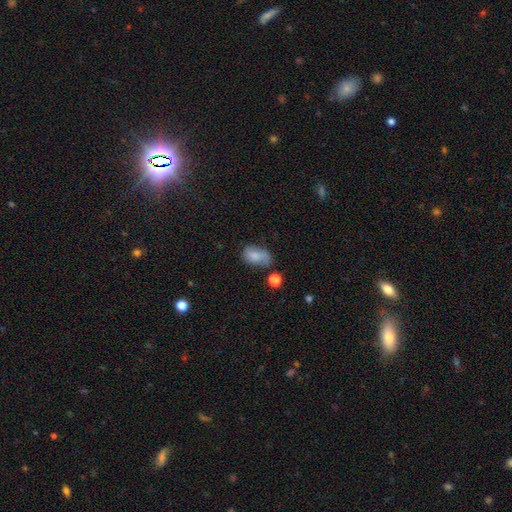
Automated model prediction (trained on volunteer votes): Smooth or featured?
  - smooth: 74% *
  - featured or disk: 17%
  - star or artifact: 10%
How rounded?
  - in between: 87% *
  - round: 11%
  - cigar-shaped: 2%
Merging?
  - none: 46% *
  - minor disturbance: 32%
  - major disturbance: 14%
  - merger: 8%